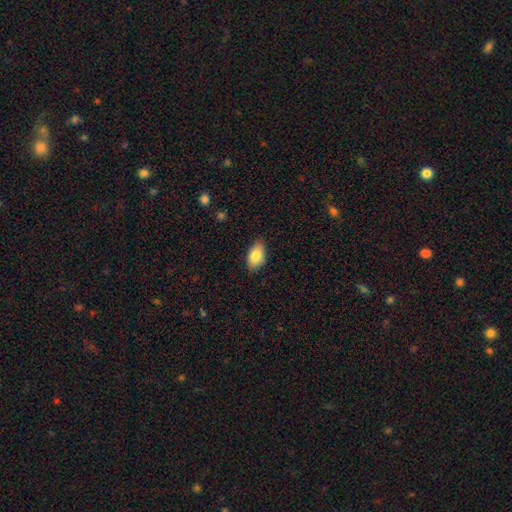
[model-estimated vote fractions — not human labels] smooth-or-featured: smooth: 84% | featured or disk: 9% | star or artifact: 7%
  how-rounded: in between: 93% | round: 5% | cigar-shaped: 2%
  merging: none: 85% | minor disturbance: 12% | major disturbance: 2% | merger: 1%